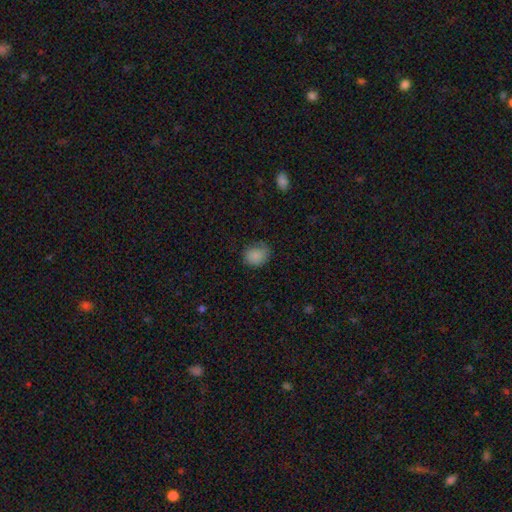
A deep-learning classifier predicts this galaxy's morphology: A smooth galaxy with no disk features (86%) that is round (57%). Merging: none (67%).